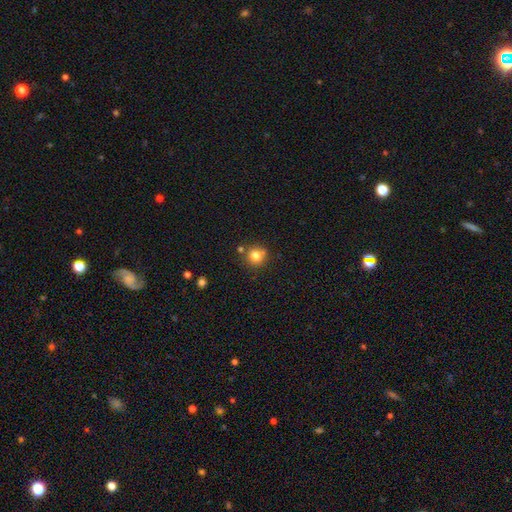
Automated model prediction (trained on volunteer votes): smooth-or-featured: smooth: 80% | star or artifact: 12% | featured or disk: 8%
  how-rounded: round: 90% | in between: 9% | cigar-shaped: 1%
  merging: none: 72% | merger: 12% | minor disturbance: 12% | major disturbance: 3%